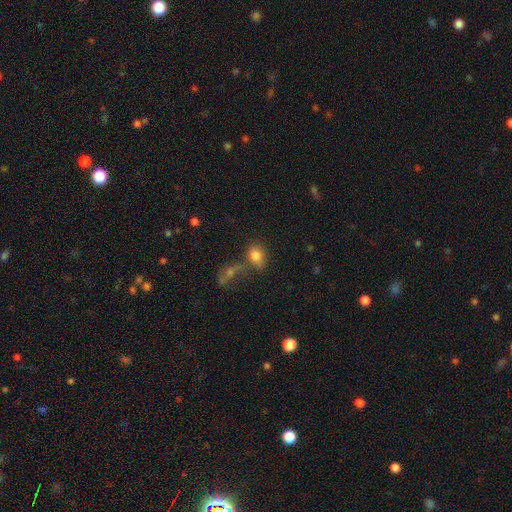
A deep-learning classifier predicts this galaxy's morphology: Smooth or featured?
  - smooth: 80% *
  - star or artifact: 11%
  - featured or disk: 9%
How rounded?
  - in between: 68% *
  - round: 30%
  - cigar-shaped: 2%
Merging?
  - none: 54% *
  - merger: 23%
  - minor disturbance: 15%
  - major disturbance: 8%